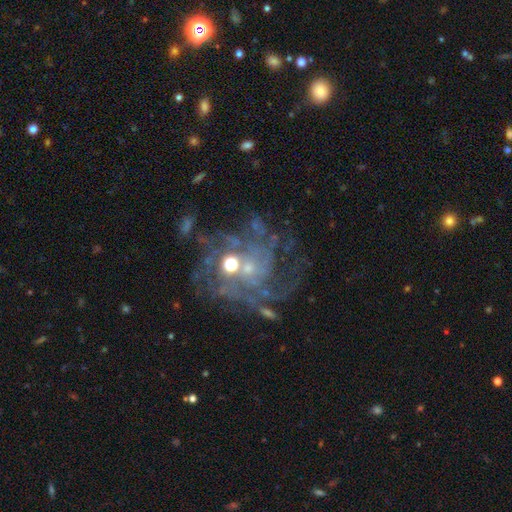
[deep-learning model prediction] Smooth or featured? featured or disk (80%)
Edge-on disk? no (98%)
Bar? no (71%)
Spiral arms? yes (90%)
Spiral winding? tight (51%)
Spiral arm count? can't tell (32%)
Bulge size? small (49%)
Merging? none (61%)